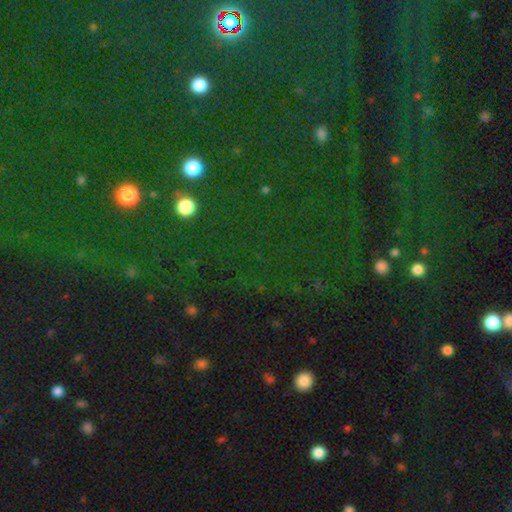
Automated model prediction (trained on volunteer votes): star or artifact 77%, smooth 15%, featured or disk 8%.